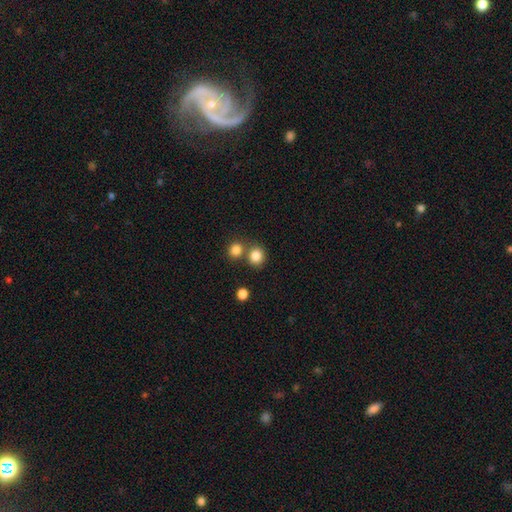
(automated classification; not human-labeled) Q: Smooth or featured?
A: smooth (84%); runner-up: star or artifact (11%)
Q: How rounded?
A: round (80%); runner-up: in between (19%)
Q: Merging?
A: none (61%); runner-up: merger (29%)